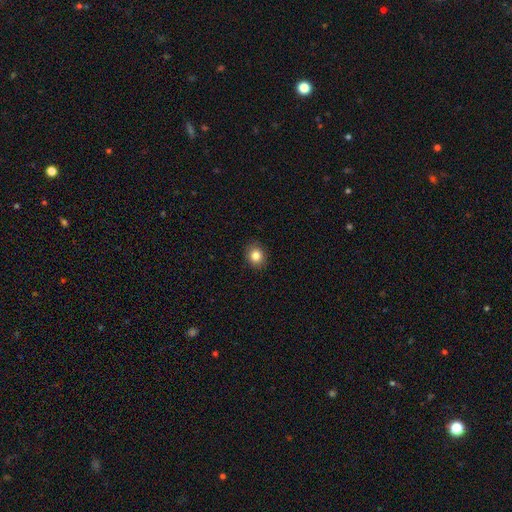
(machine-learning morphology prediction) smooth-or-featured: smooth: 83% | star or artifact: 11% | featured or disk: 6%
  how-rounded: round: 70% | in between: 30% | cigar-shaped: 1%
  merging: none: 90% | minor disturbance: 7% | major disturbance: 2% | merger: 1%